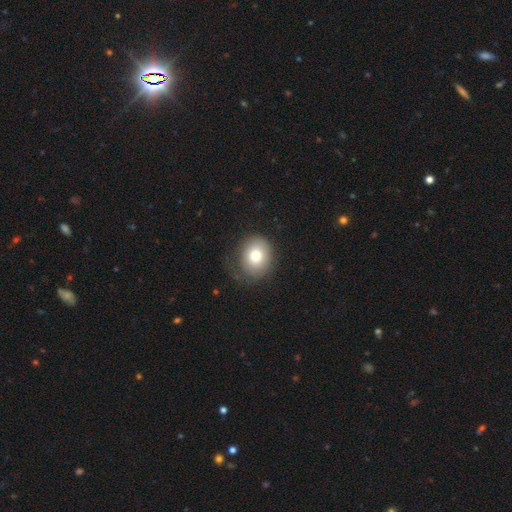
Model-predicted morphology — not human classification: type=smooth (75%); roundness=round (65%); merging=none (67%).